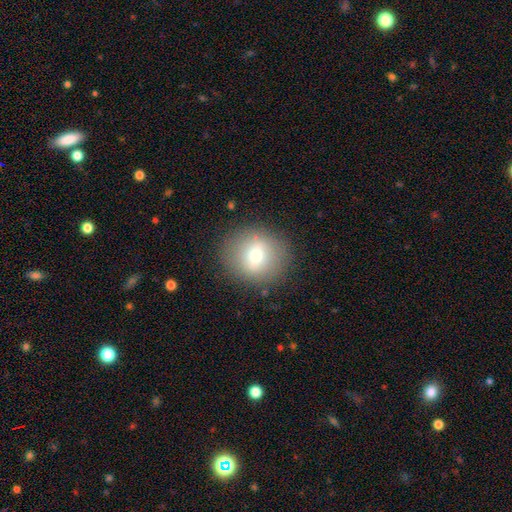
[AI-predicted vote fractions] Smooth or featured? Predicted: smooth (p=0.67). How rounded? Predicted: round (p=0.89). Merging? Predicted: none (p=0.87).